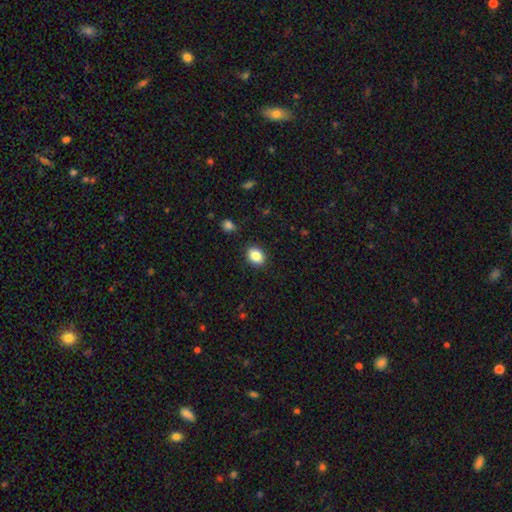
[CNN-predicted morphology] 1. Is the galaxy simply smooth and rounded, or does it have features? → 86% smooth, 9% star or artifact, 5% featured or disk.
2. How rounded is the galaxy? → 57% in between, 42% round, 1% cigar-shaped.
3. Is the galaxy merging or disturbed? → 89% none, 8% minor disturbance, 2% major disturbance, 1% merger.